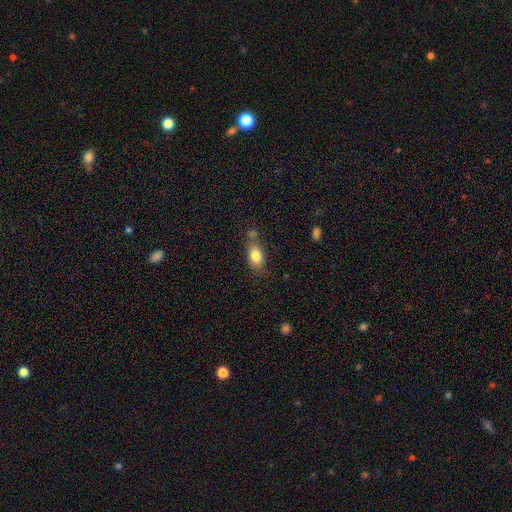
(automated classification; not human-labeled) smooth 83%, featured or disk 9%, star or artifact 8%. Down the decision tree: how rounded — in between (85%); merging — none (60%).